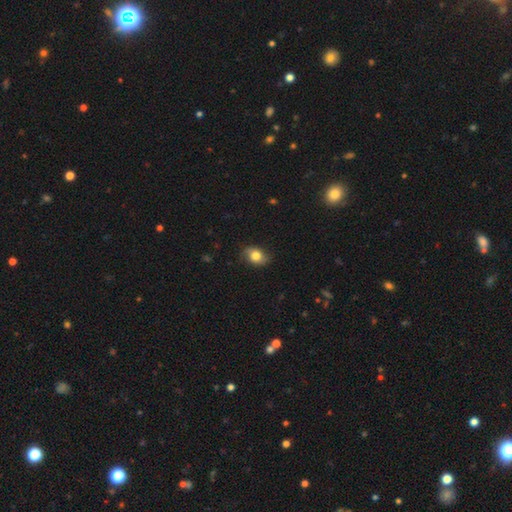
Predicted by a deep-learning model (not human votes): Smooth or featured: smooth — 67% (featured or disk — 24%)
How rounded: in between — 70% (round — 29%)
Merging: none — 75% (minor disturbance — 19%)